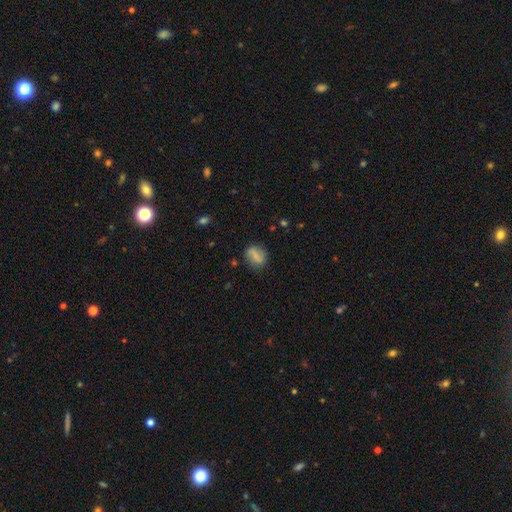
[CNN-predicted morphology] This is likely a smooth galaxy (60%). How rounded: possibly in between (59%). Merging: likely none (74%).